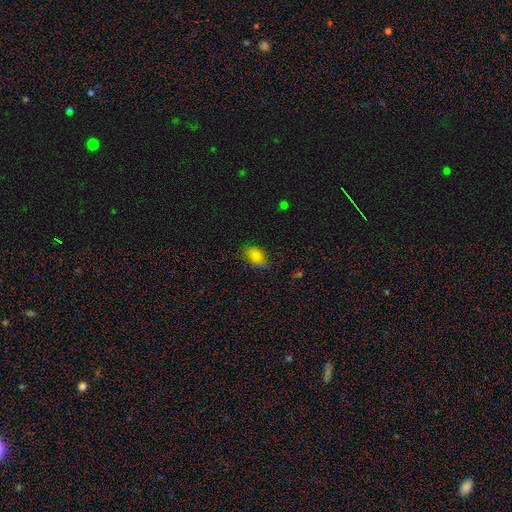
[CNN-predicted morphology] This appears to be a smooth galaxy with no disk features (80%) that is in between round and cigar-shaped (79%). Merging: none (71%).